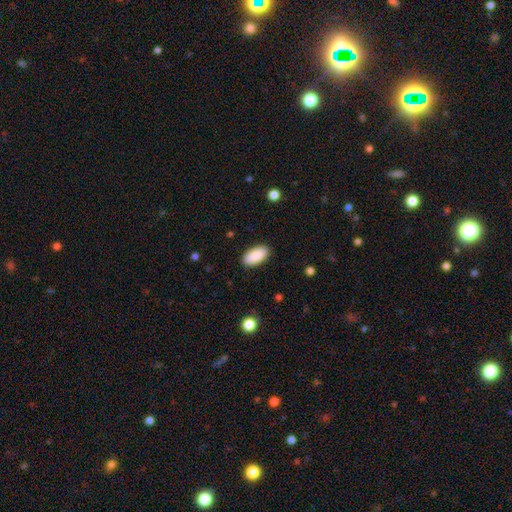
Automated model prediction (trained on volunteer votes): Q: Smooth or featured?
A: smooth (90%); runner-up: star or artifact (6%)
Q: How rounded?
A: in between (94%); runner-up: cigar-shaped (4%)
Q: Merging?
A: none (89%); runner-up: minor disturbance (8%)